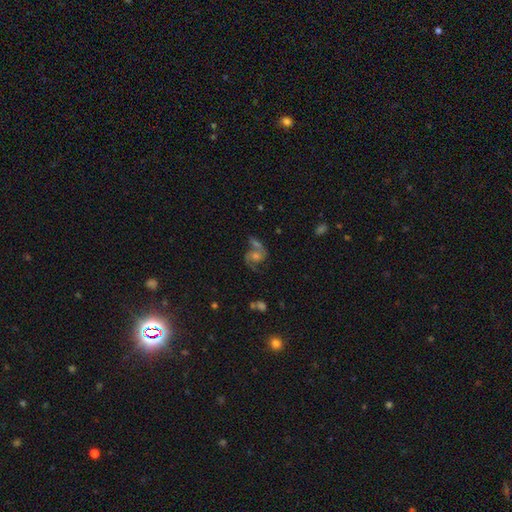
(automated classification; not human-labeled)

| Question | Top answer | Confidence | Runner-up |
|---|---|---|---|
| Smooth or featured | featured or disk | 79% | star or artifact (11%) |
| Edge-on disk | no | 98% | yes (2%) |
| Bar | no | 64% | weak (29%) |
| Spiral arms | yes | 94% | no (6%) |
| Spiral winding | medium | 55% | loose (28%) |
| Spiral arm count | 2 | 88% | can't tell (4%) |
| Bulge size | moderate | 53% | small (33%) |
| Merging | none | 52% | merger (23%) |